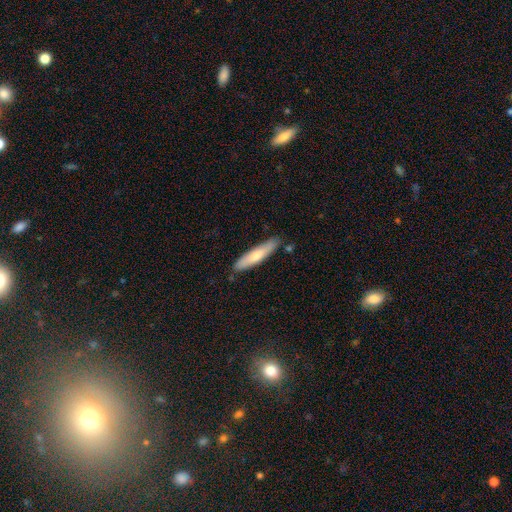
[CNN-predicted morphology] Smooth or featured: smooth — 69% (featured or disk — 26%)
How rounded: cigar-shaped — 83% (in between — 15%)
Merging: none — 83% (minor disturbance — 13%)